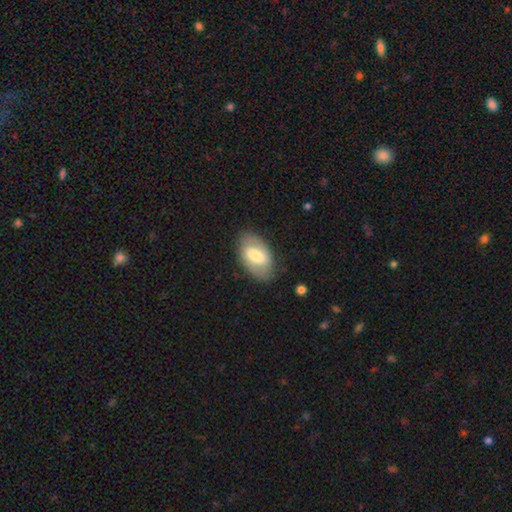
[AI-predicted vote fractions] Smooth or featured? smooth (50%)
Merging? none (80%)